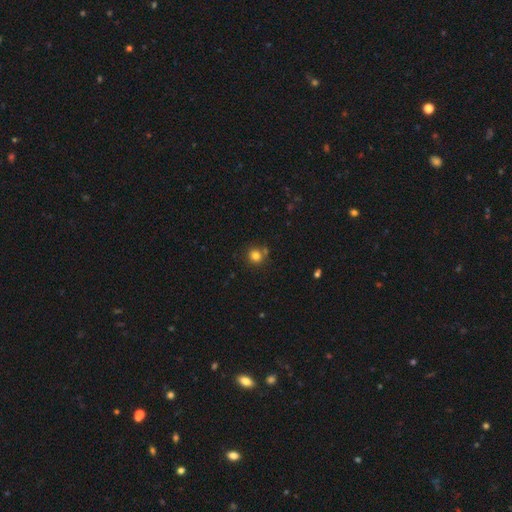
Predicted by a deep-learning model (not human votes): Morphology: type=smooth (81%); roundness=round (88%); merging=none (75%).